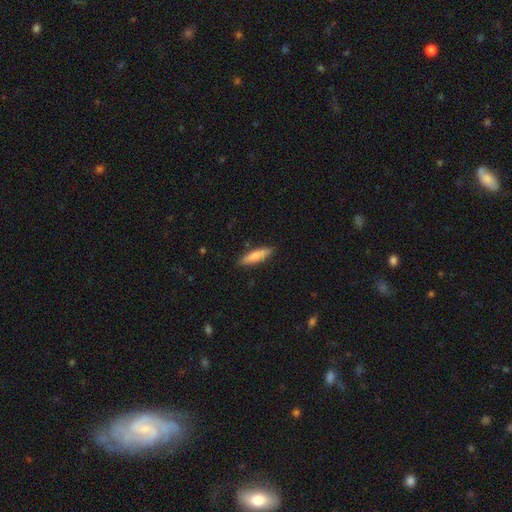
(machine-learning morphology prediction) Smooth or featured?
  - smooth: 77% *
  - featured or disk: 17%
  - star or artifact: 6%
How rounded?
  - cigar-shaped: 70% *
  - in between: 28%
  - round: 2%
Merging?
  - none: 86% *
  - minor disturbance: 11%
  - major disturbance: 2%
  - merger: 1%